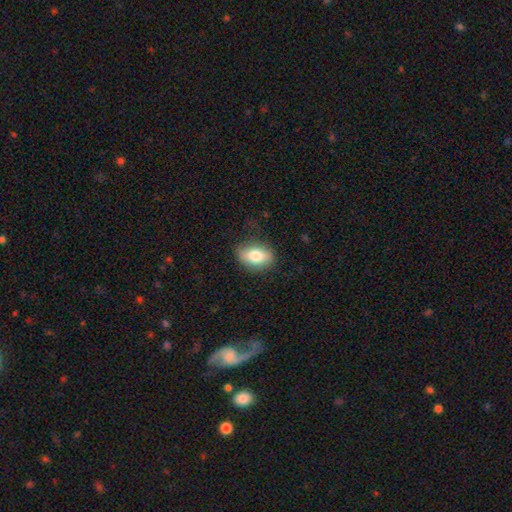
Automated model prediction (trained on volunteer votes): smooth-or-featured: smooth: 73% | featured or disk: 20% | star or artifact: 7%
  how-rounded: in between: 82% | round: 14% | cigar-shaped: 4%
  merging: none: 80% | minor disturbance: 15% | major disturbance: 4% | merger: 1%